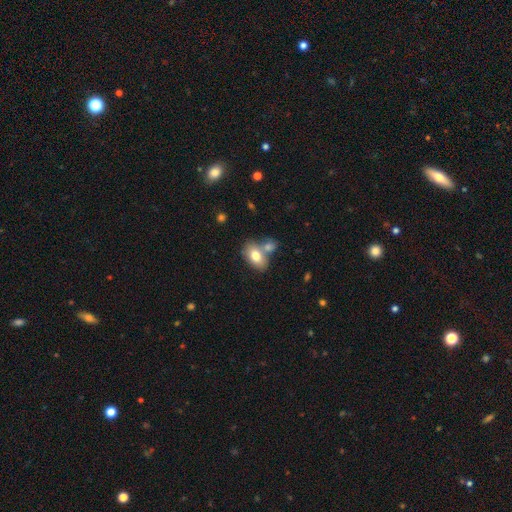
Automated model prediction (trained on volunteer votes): A smooth galaxy with no disk features (76%) that is in between round and cigar-shaped (87%). Merging: none (45%).